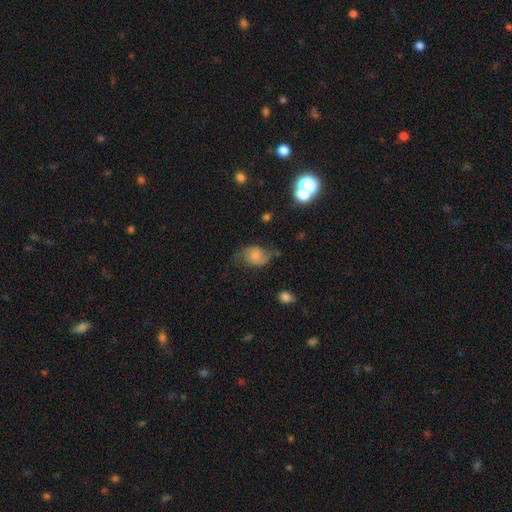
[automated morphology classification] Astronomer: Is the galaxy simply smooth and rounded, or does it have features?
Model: smooth — 51% (runner-up: featured or disk, 39%).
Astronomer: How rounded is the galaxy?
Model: in between — 66%.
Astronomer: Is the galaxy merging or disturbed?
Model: none — 53% (runner-up: minor disturbance, 31%).